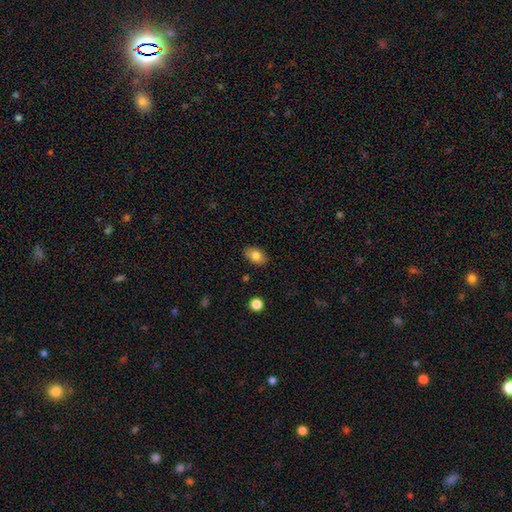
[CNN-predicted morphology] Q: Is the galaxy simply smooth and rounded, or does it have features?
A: smooth — 82%.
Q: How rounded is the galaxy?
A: in between — 85%.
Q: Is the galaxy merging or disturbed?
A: none — 85%.